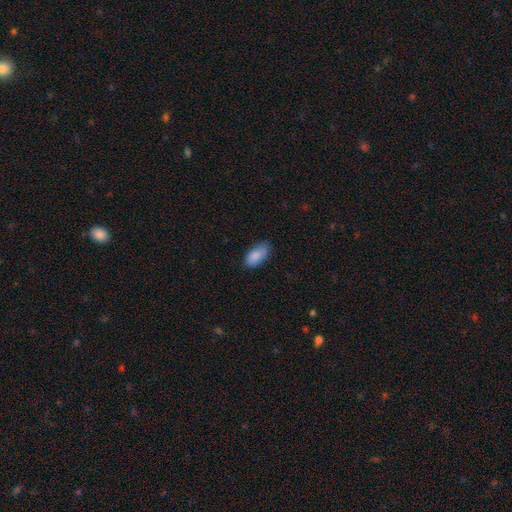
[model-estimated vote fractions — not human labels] The model was most divided on "merging": none: 73%, minor disturbance: 22%, major disturbance: 4%, merger: 1%. More confident: how rounded — in between (93%); smooth or featured — smooth (87%).